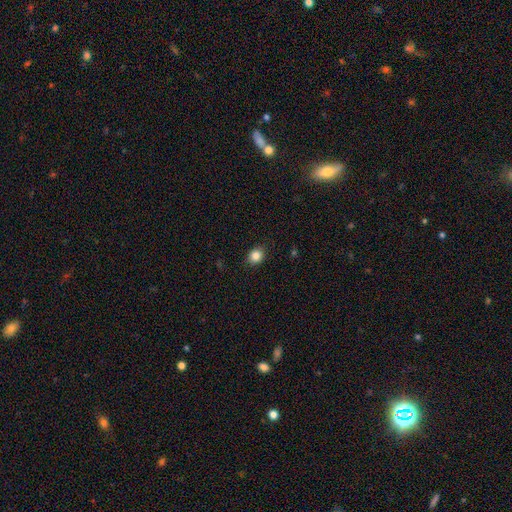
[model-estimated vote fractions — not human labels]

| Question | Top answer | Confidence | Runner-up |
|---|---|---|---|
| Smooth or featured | smooth | 85% | star or artifact (10%) |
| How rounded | round | 61% | in between (38%) |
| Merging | none | 88% | minor disturbance (9%) |